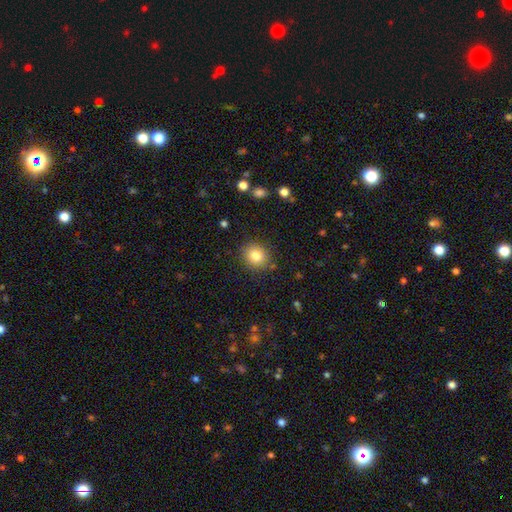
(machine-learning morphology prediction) smooth_or_featured: smooth (p=0.82) [alt: star or artifact p=0.10]
how_rounded: round (p=0.84) [alt: in between p=0.15]
merging: none (p=0.87) [alt: minor disturbance p=0.09]